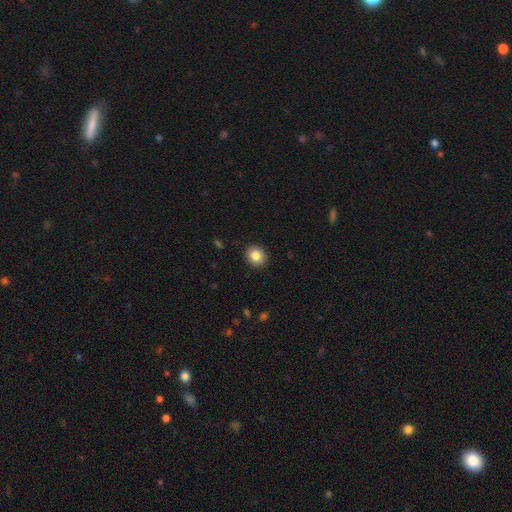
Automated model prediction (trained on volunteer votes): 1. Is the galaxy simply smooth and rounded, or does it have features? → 85% smooth, 9% star or artifact, 6% featured or disk.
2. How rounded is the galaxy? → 76% round, 23% in between, 1% cigar-shaped.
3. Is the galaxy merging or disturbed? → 91% none, 6% minor disturbance, 2% major disturbance, 1% merger.